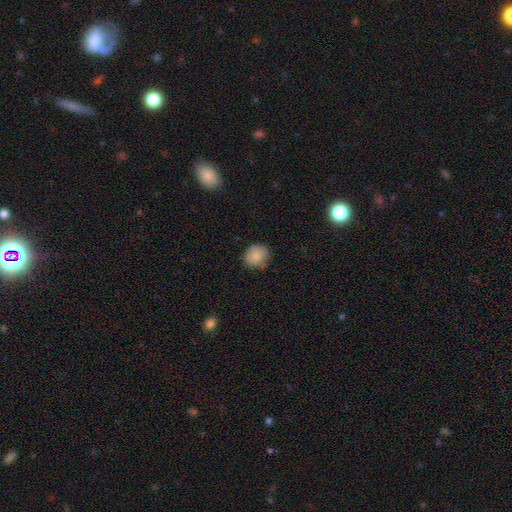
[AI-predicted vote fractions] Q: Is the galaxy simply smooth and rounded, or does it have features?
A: smooth — 87%.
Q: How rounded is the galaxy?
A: round — 77%.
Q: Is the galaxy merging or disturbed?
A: none — 80%.